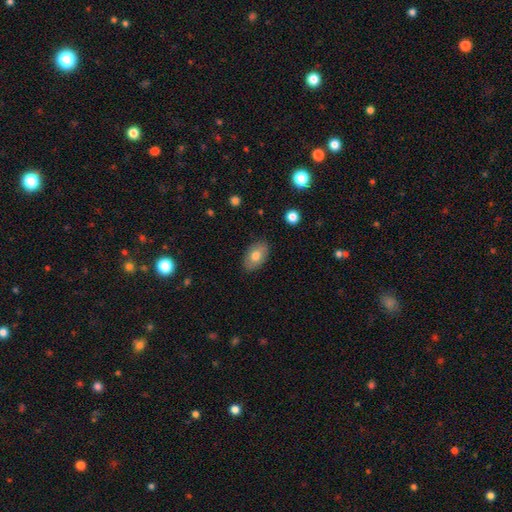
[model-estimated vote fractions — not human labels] Smooth or featured? smooth (75%)
How rounded? in between (90%)
Merging? none (85%)